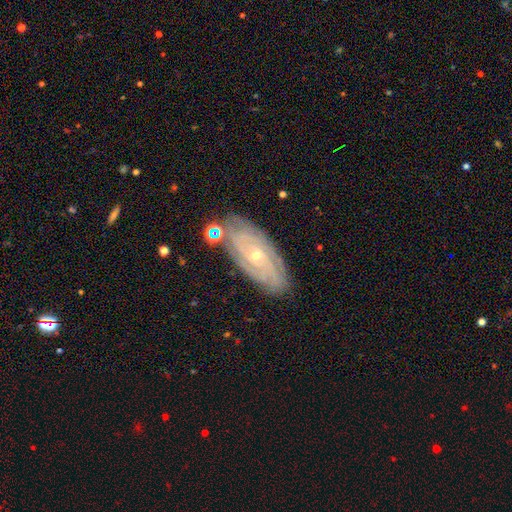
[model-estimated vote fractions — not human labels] This is clearly a featured or disk galaxy (84%). It is clearly not viewed edge-on (92%). Bar: likely no (72%). Spiral arm pattern: clearly yes (95%). Spiral arm count: marginally can't tell (35%). Spiral winding: likely tight (78%). Central bulge: likely small (66%). Merging: likely none (73%).